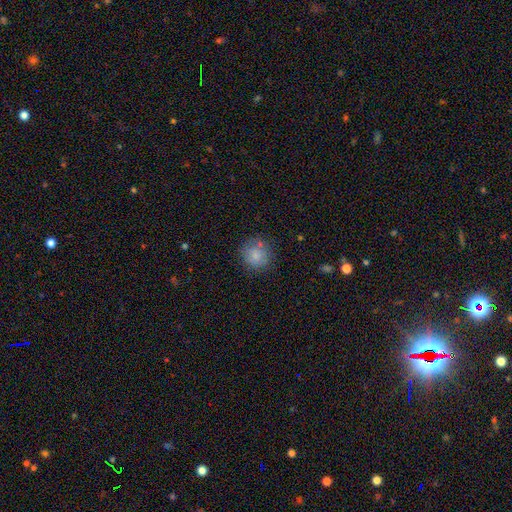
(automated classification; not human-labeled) This is clearly a smooth galaxy (82%). How rounded: clearly round (90%). Merging: likely none (76%).